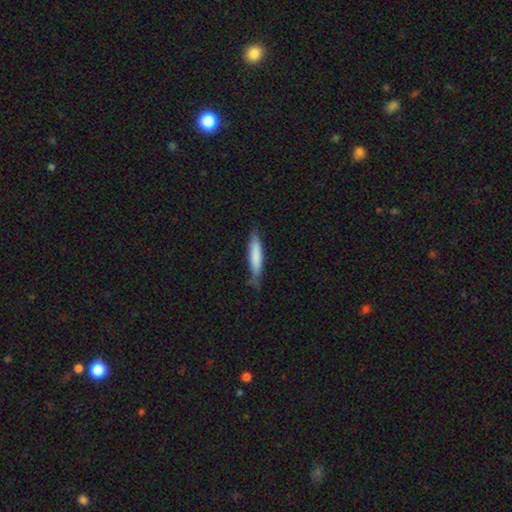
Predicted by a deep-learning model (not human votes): This is likely a smooth galaxy (77%). How rounded: clearly cigar-shaped (86%). Merging: likely none (73%).